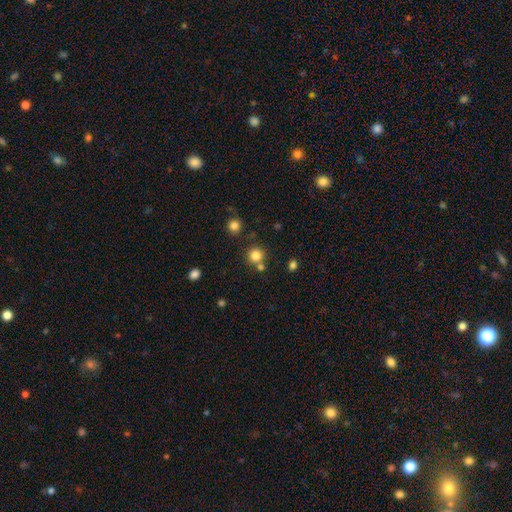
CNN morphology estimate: This appears to be a smooth galaxy with no disk features (81%) that is round (92%). Merging: none (73%).